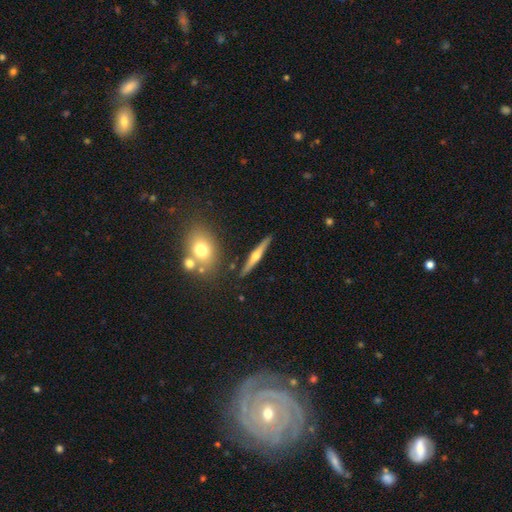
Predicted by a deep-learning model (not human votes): smooth_or_featured: featured or disk (p=0.68) [alt: smooth p=0.25]
disk_edge_on: yes (p=0.97) [alt: no p=0.03]
edge_on_bulge: rounded (p=0.91) [alt: none p=0.05]
merging: none (p=0.87) [alt: minor disturbance p=0.08]